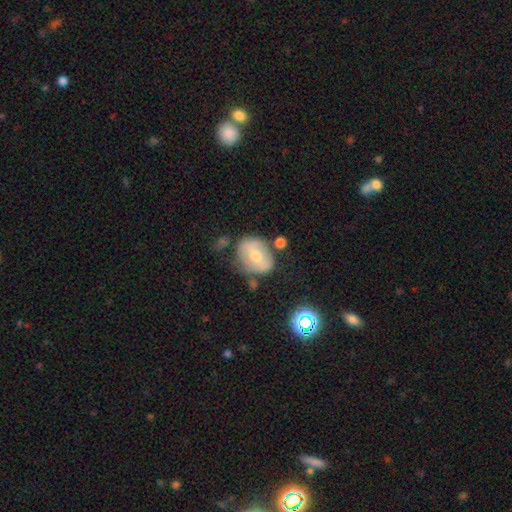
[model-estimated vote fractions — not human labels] Smooth or featured: smooth — 53% (featured or disk — 39%)
How rounded: round — 55% (in between — 44%)
Merging: none — 61% (minor disturbance — 22%)